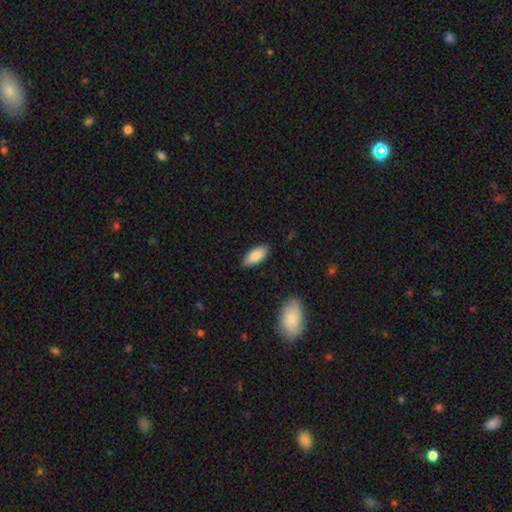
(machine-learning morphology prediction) This is clearly a smooth galaxy (86%). How rounded: clearly in between (87%). Merging: clearly none (84%).